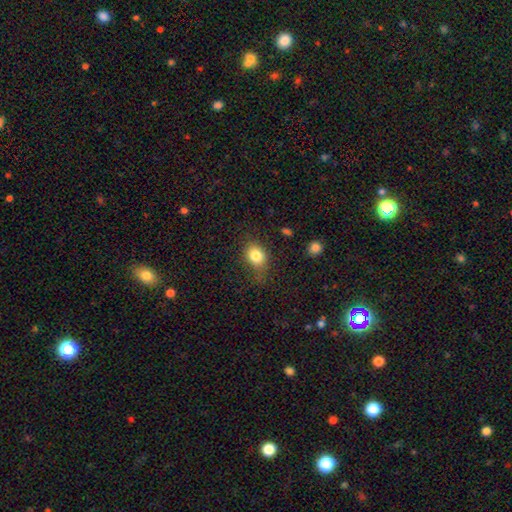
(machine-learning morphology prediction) type=smooth (82%); roundness=in between (51%); merging=none (66%).